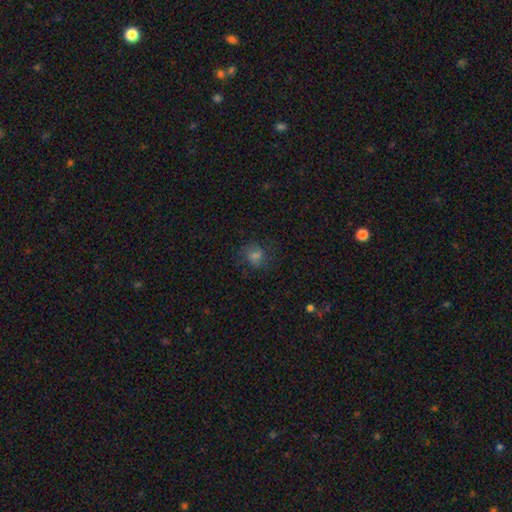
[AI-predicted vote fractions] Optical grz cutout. It shows a smooth galaxy with no disk features (55%) that is round (63%). Merging: none (68%).